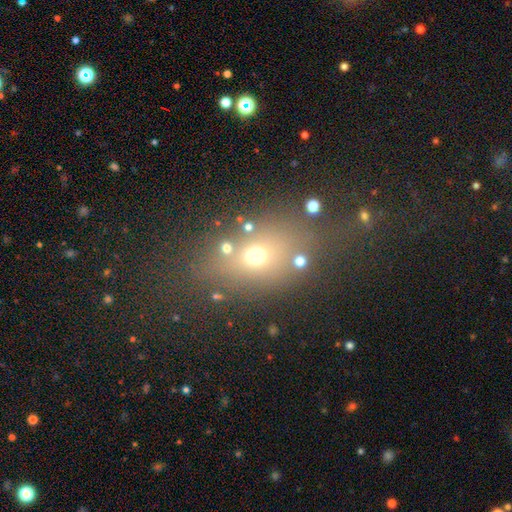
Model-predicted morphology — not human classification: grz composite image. It shows a smooth galaxy with no disk features (58%) that is in between round and cigar-shaped (59%). Merging: none (63%).